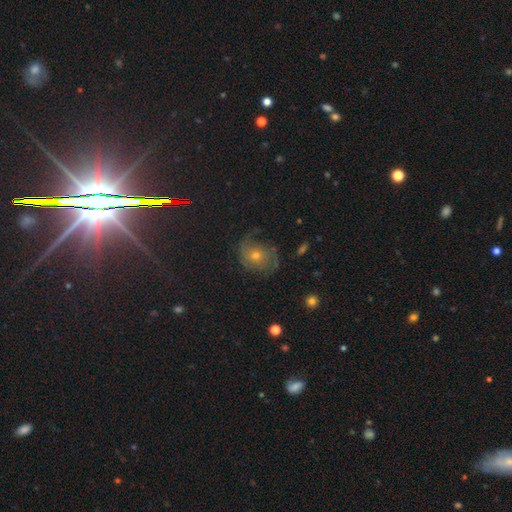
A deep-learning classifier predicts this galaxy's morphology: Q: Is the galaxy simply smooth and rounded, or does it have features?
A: featured or disk — 61%.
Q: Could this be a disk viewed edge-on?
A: no — 97%.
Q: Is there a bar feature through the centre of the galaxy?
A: no — 79%.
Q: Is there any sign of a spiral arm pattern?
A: yes — 89%.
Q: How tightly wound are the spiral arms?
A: medium — 42%.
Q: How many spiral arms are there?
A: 2 — 42%.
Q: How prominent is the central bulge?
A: small — 49%.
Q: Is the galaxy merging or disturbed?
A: none — 62%.